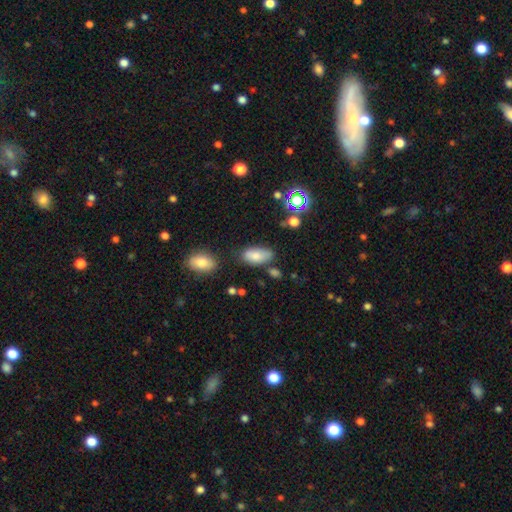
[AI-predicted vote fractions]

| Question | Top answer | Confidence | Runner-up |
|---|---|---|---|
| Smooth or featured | smooth | 80% | featured or disk (11%) |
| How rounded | in between | 92% | cigar-shaped (5%) |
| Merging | none | 64% | minor disturbance (23%) |